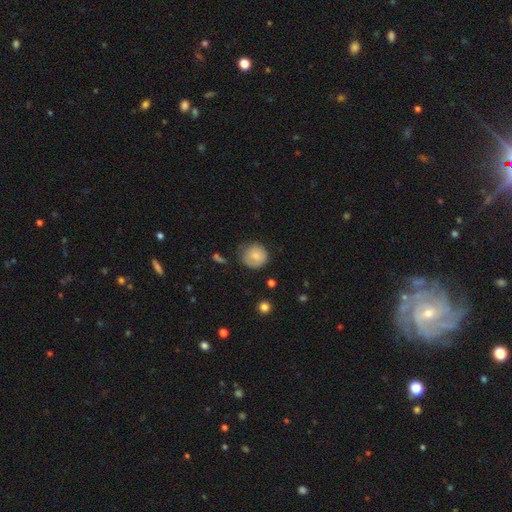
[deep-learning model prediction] Smooth or featured?
  - smooth: 79% *
  - featured or disk: 13%
  - star or artifact: 8%
How rounded?
  - round: 89% *
  - in between: 10%
  - cigar-shaped: 1%
Merging?
  - none: 64% *
  - minor disturbance: 26%
  - major disturbance: 7%
  - merger: 2%